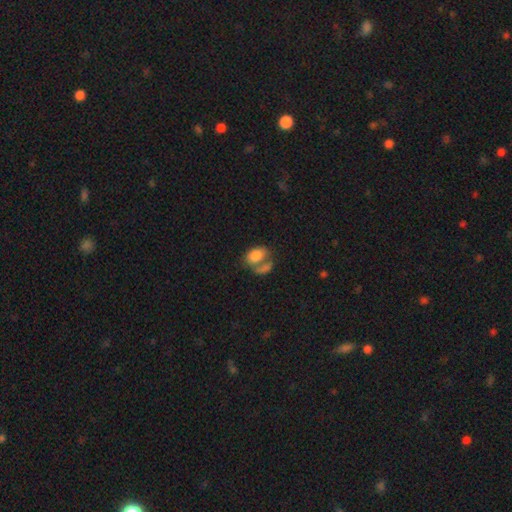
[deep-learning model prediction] A smooth galaxy with no disk features (79%) that is in between round and cigar-shaped (80%).

Vote fractions:
- Smooth or featured? smooth: 79% / featured or disk: 13% / star or artifact: 8%
- How rounded? in between: 80% / round: 19% / cigar-shaped: 2%
- Merging? merger: 47% / none: 29% / major disturbance: 12% / minor disturbance: 12%